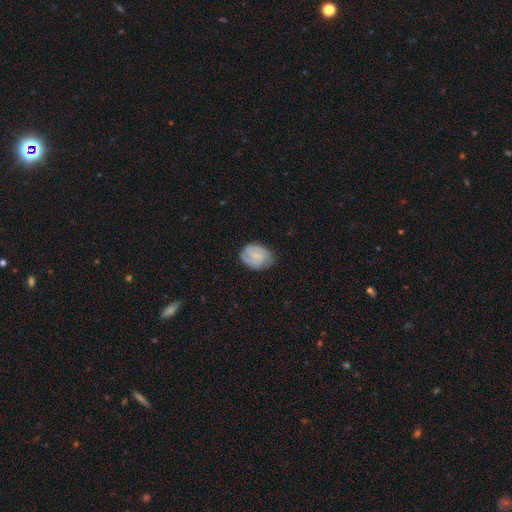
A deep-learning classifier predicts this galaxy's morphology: Q: Smooth or featured?
A: featured or disk (51%); runner-up: smooth (42%)
Q: Edge-on disk?
A: no (97%); runner-up: yes (3%)
Q: Bar?
A: no (59%); runner-up: weak (36%)
Q: Spiral arms?
A: yes (88%); runner-up: no (12%)
Q: Bulge size?
A: small (64%); runner-up: moderate (18%)
Q: Merging?
A: none (70%); runner-up: minor disturbance (23%)